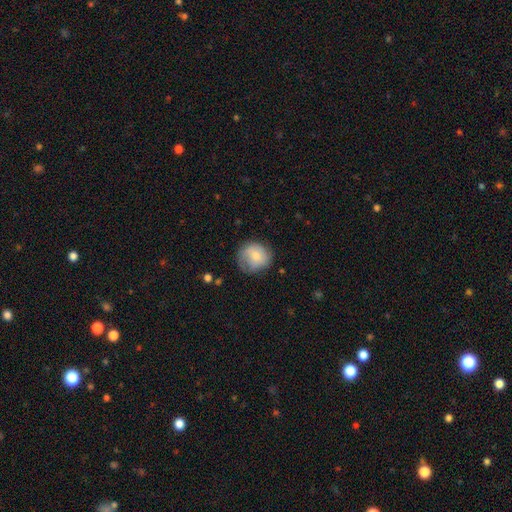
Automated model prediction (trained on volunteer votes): Smooth or featured? Predicted: smooth (p=0.71). How rounded? Predicted: round (p=0.84). Merging? Predicted: none (p=0.60).